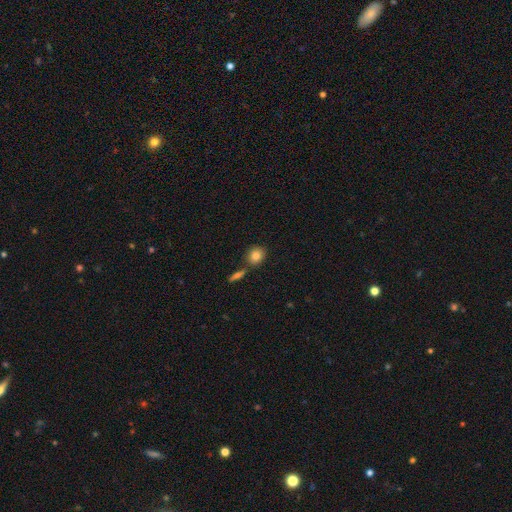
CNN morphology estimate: A smooth galaxy with no disk features (83%) that is round (70%). Merging: none (72%).